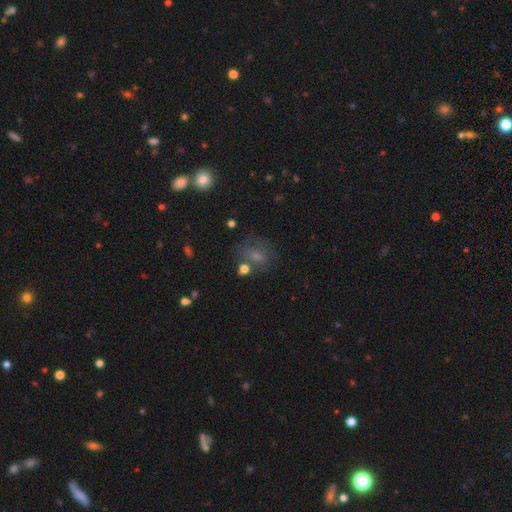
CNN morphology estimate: smooth 60%, star or artifact 21%, featured or disk 19%. Down the decision tree: how rounded — round (50%); merging — none (62%).